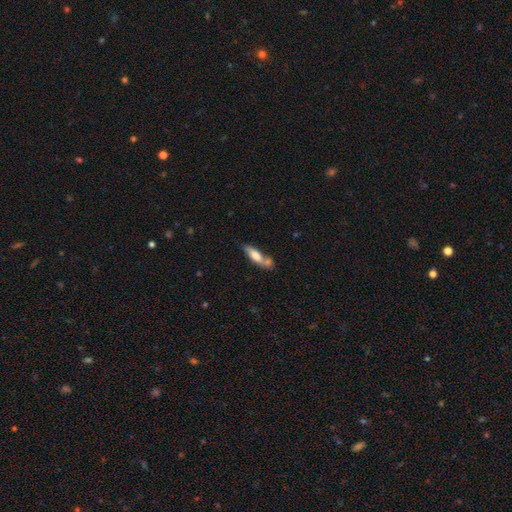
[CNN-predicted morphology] Q: Smooth or featured?
A: smooth (67%); runner-up: featured or disk (27%)
Q: How rounded?
A: cigar-shaped (58%); runner-up: in between (40%)
Q: Merging?
A: none (44%); runner-up: merger (32%)